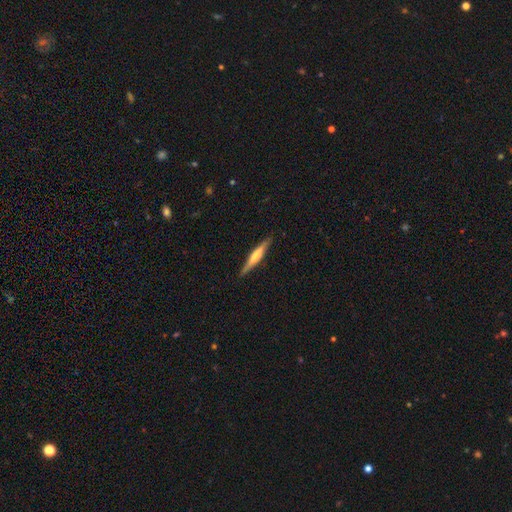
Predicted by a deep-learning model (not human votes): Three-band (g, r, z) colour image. It shows a featured or disk galaxy (53%) viewed edge-on (97%) with a rounded central bulge (53%). Merging: none (89%).